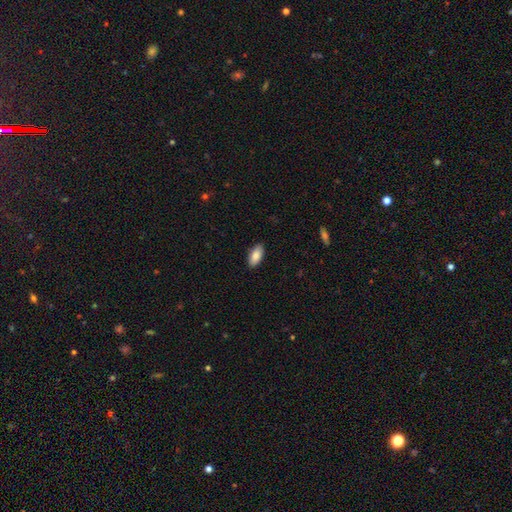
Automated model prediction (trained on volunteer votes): This appears to be a smooth galaxy with no disk features (87%) that is in between round and cigar-shaped (92%). Merging: none (89%).